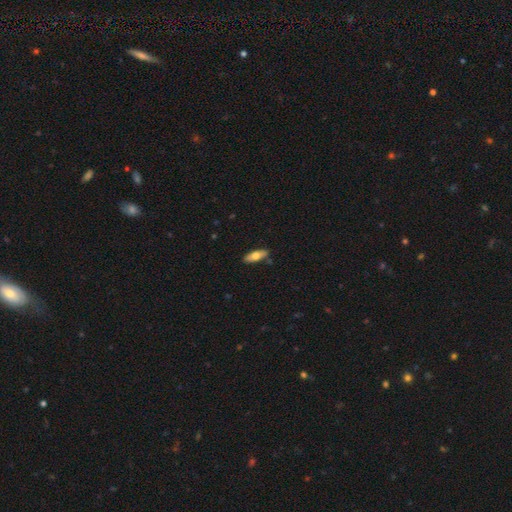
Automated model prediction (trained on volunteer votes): Smooth or featured: smooth — 67% (featured or disk — 27%)
How rounded: in between — 65% (cigar-shaped — 33%)
Merging: none — 85% (minor disturbance — 11%)